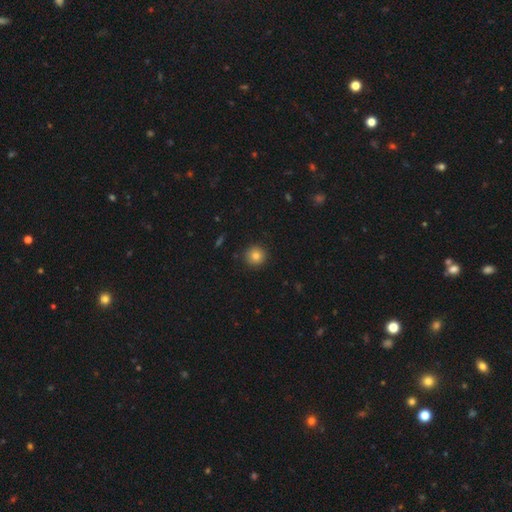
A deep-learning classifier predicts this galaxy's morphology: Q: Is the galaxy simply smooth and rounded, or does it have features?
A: smooth — 83%.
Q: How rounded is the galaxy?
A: round — 95%.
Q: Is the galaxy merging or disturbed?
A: none — 91%.